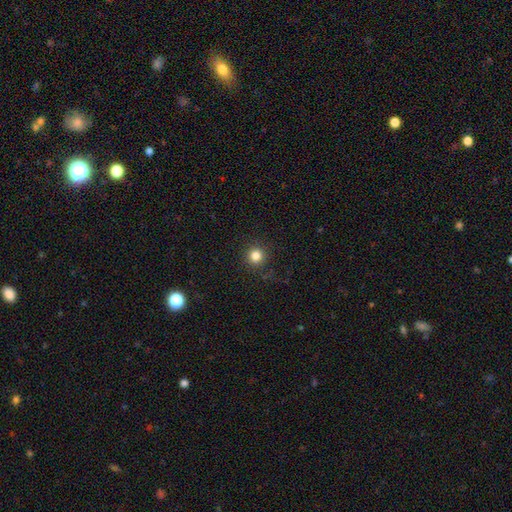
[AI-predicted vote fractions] A smooth galaxy with no disk features (83%) that is round (95%). Merging: none (89%).